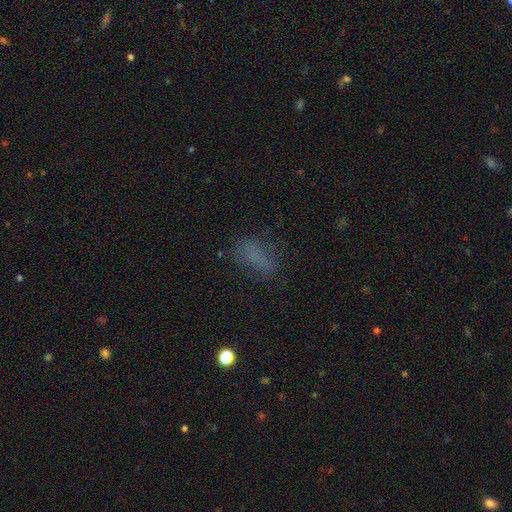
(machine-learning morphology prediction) Q: Smooth or featured?
A: smooth (63%); runner-up: star or artifact (19%)
Q: How rounded?
A: in between (73%); runner-up: cigar-shaped (18%)
Q: Merging?
A: none (62%); runner-up: minor disturbance (20%)